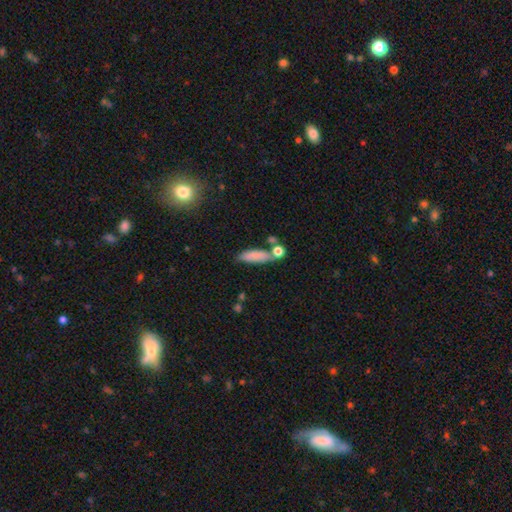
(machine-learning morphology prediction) Q: Smooth or featured?
A: smooth (78%); runner-up: featured or disk (14%)
Q: How rounded?
A: cigar-shaped (57%); runner-up: in between (39%)
Q: Merging?
A: none (58%); runner-up: merger (19%)